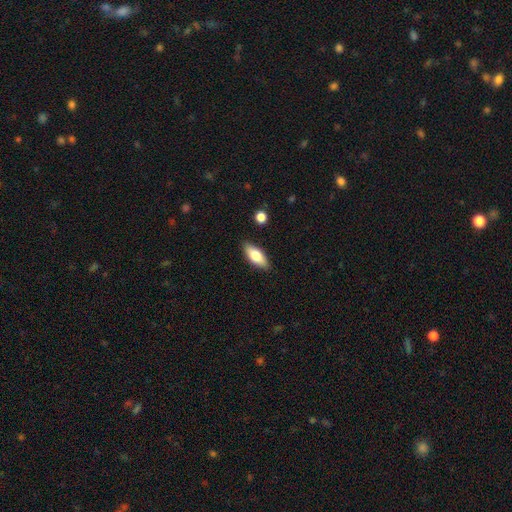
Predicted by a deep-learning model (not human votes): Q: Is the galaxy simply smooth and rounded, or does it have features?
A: smooth — 73%.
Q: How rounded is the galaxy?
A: in between — 80%.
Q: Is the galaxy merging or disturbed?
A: none — 87%.